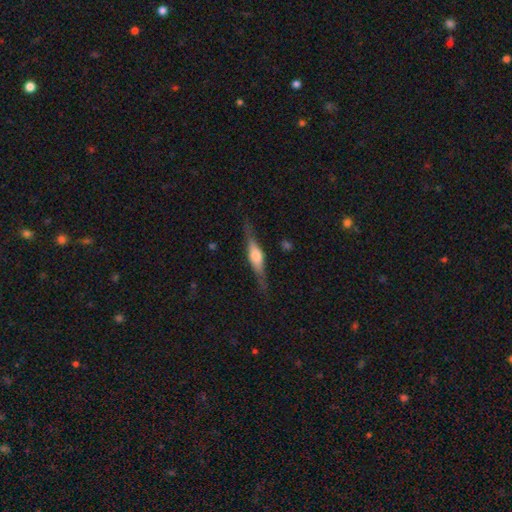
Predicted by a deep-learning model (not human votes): Smooth or featured?
  - featured or disk: 68% *
  - smooth: 26%
  - star or artifact: 6%
Edge-on disk?
  - yes: 96% *
  - no: 4%
Edge-on bulge?
  - rounded: 85% *
  - boxy: 12%
  - none: 3%
Merging?
  - none: 83% *
  - minor disturbance: 12%
  - major disturbance: 4%
  - merger: 1%